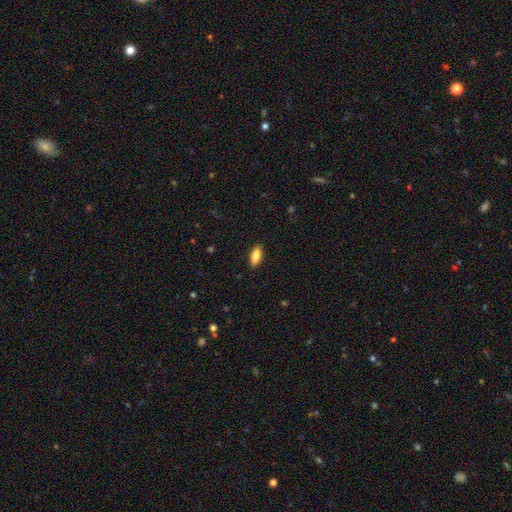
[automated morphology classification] This appears to be a smooth galaxy with no disk features (82%) that is in between round and cigar-shaped (85%). Merging: none (89%).